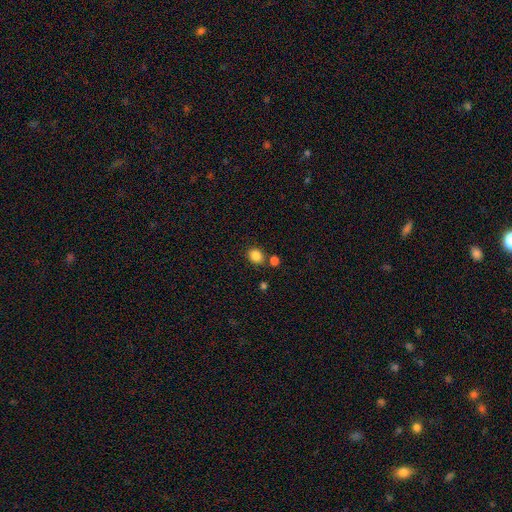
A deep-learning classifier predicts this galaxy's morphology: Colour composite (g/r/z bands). It shows a smooth galaxy with no disk features (86%) that is round (58%). Merging: none (74%).